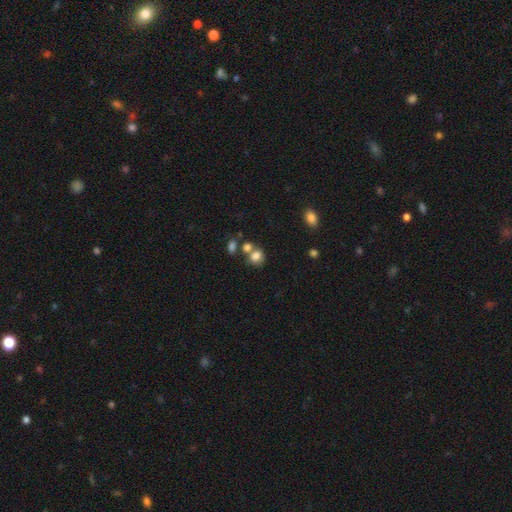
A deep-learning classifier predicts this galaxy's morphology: Overall: smooth (78%). How rounded: round (53%; in between 45%). Merging: none (44%; merger 37%).